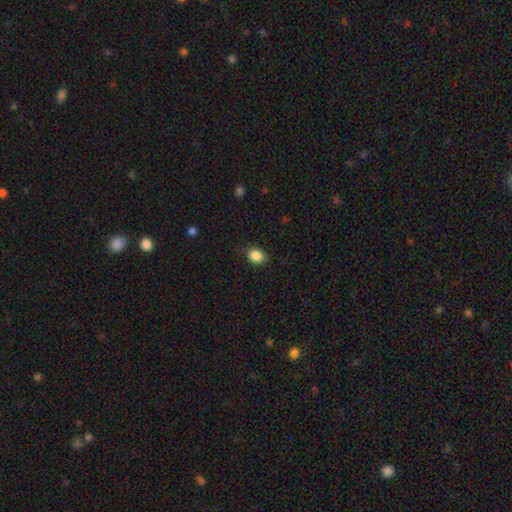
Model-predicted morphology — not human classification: Overall: smooth (87%). How rounded: in between (54%; round 45%). Merging: none (84%).